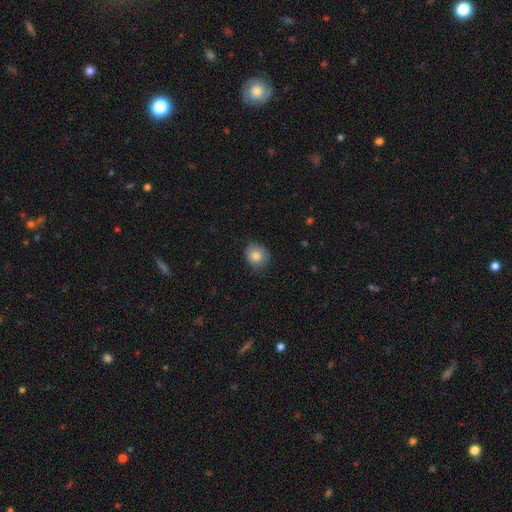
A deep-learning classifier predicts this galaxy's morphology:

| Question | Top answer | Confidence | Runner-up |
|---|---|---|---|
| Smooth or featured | smooth | 83% | featured or disk (9%) |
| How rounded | round | 68% | in between (31%) |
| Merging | none | 74% | minor disturbance (21%) |